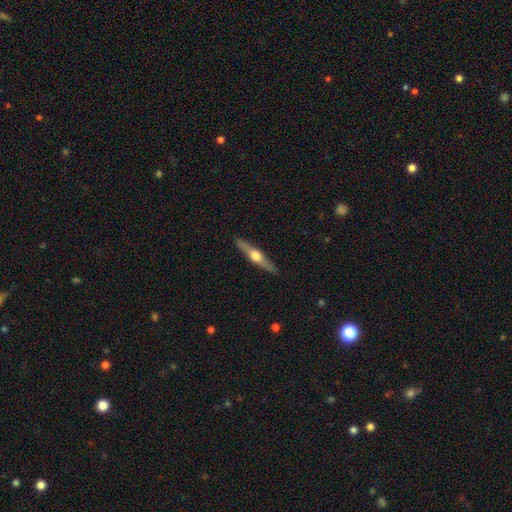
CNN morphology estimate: Q: Smooth or featured?
A: featured or disk (68%); runner-up: smooth (27%)
Q: Edge-on disk?
A: yes (97%); runner-up: no (3%)
Q: Edge-on bulge?
A: rounded (94%); runner-up: boxy (3%)
Q: Merging?
A: none (91%); runner-up: minor disturbance (7%)